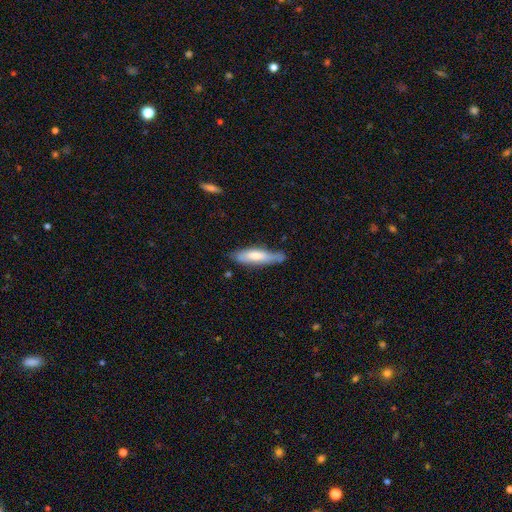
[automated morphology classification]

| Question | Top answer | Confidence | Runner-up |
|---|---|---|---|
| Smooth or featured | smooth | 63% | featured or disk (32%) |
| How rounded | cigar-shaped | 70% | in between (29%) |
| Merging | none | 58% | minor disturbance (31%) |